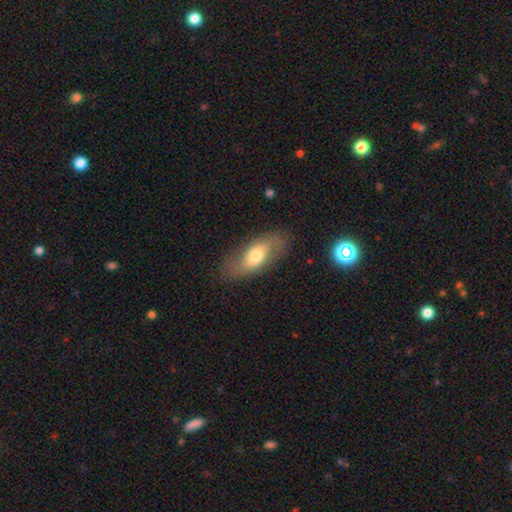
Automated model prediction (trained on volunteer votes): A smooth galaxy with no disk features (57%) that is in between round and cigar-shaped (81%). Merging: none (76%).